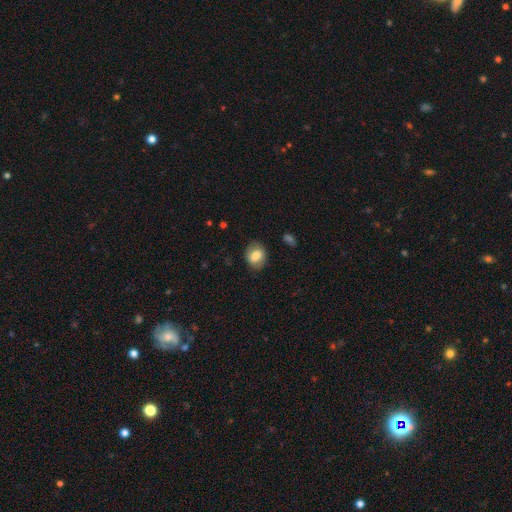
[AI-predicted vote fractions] Smooth or featured? smooth (77%)
How rounded? in between (51%)
Merging? none (79%)